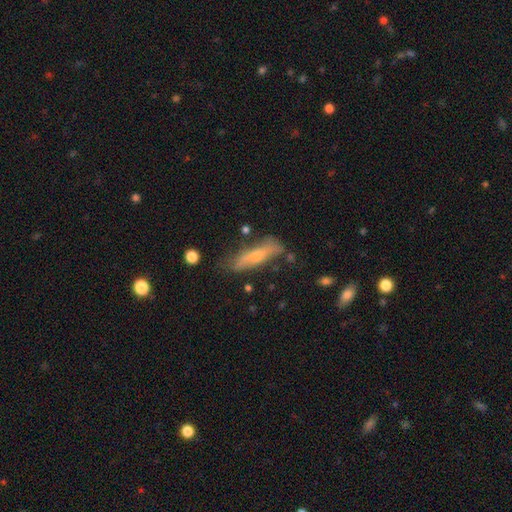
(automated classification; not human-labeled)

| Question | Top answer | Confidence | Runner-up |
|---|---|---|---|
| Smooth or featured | smooth | 49% | featured or disk (44%) |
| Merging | none | 67% | minor disturbance (23%) |